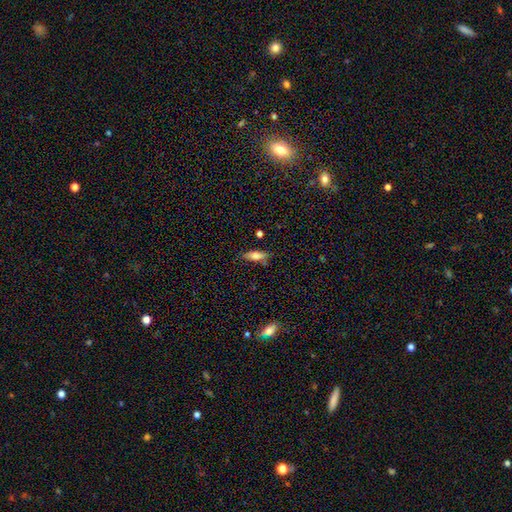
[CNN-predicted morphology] Smooth or featured: smooth — 73% (featured or disk — 19%)
How rounded: in between — 64% (cigar-shaped — 33%)
Merging: none — 75% (minor disturbance — 16%)